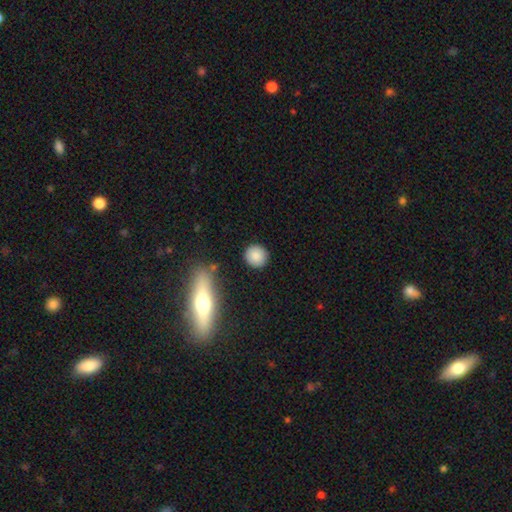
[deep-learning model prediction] Overall: smooth (85%). How rounded: round (90%). Merging: none (89%).